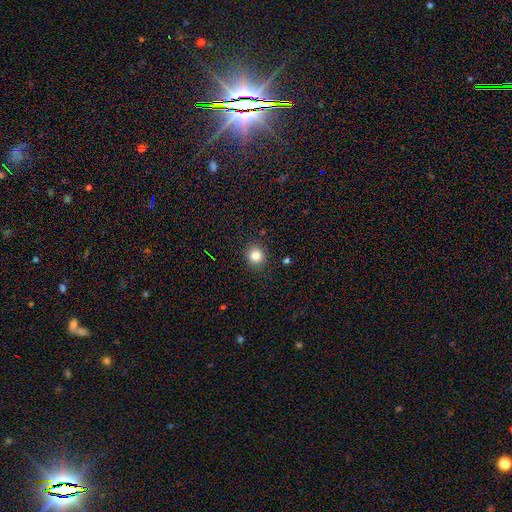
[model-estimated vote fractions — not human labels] smooth 83%, star or artifact 11%, featured or disk 5%. Down the decision tree: how rounded — round (89%); merging — none (90%).